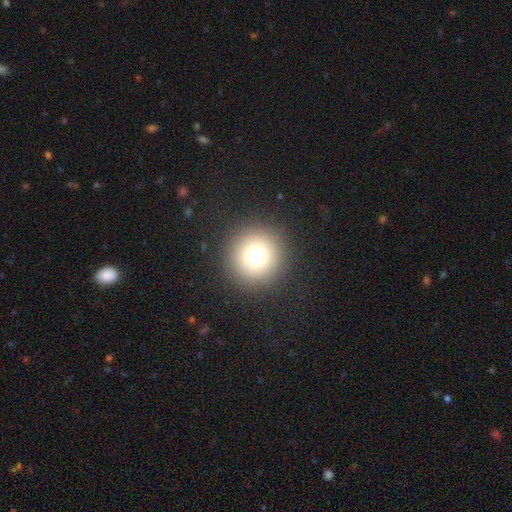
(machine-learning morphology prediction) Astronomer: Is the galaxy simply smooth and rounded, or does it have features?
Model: smooth — 73%.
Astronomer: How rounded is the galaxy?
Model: round — 96%.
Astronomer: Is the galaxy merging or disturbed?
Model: none — 90%.